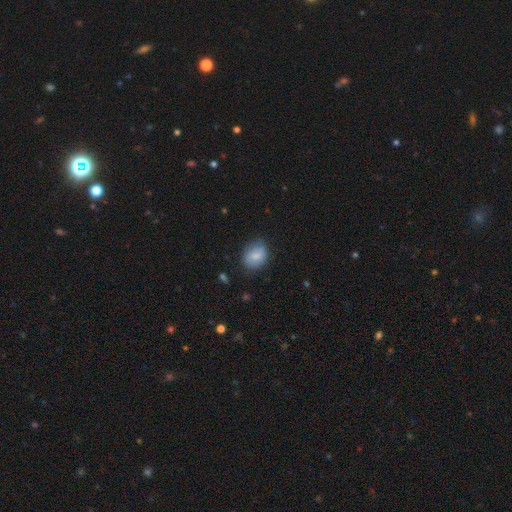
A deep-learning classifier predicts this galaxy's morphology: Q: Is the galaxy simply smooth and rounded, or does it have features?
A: smooth — 79%.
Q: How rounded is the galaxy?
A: in between — 58%.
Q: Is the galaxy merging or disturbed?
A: none — 76%.